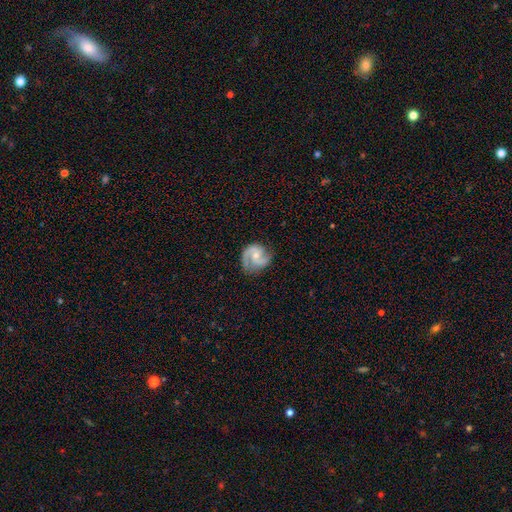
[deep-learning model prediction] This is clearly a featured or disk galaxy (88%). It is clearly not viewed edge-on (98%). Bar: possibly no (55%). Spiral arm pattern: clearly yes (98%). Spiral arm count: clearly 2 (90%). Spiral winding: possibly medium (58%). Central bulge: possibly small (53%). Merging: likely none (78%).